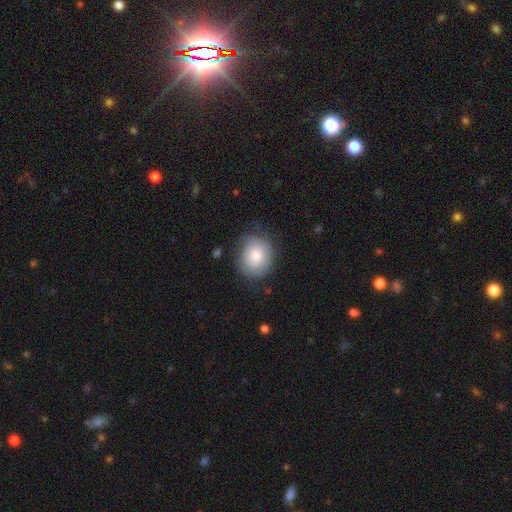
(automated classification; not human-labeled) The model was most divided on "merging": none: 67%, minor disturbance: 23%, major disturbance: 8%, merger: 2%. More confident: how rounded — round (73%); smooth or featured — smooth (71%).